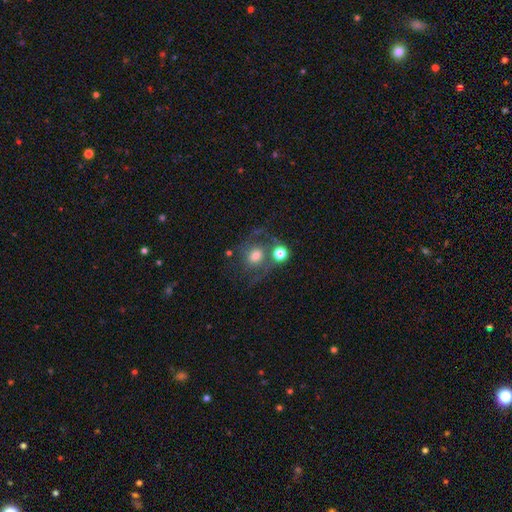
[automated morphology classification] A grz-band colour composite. It shows a featured or disk galaxy (50%). Merging: none (46%).